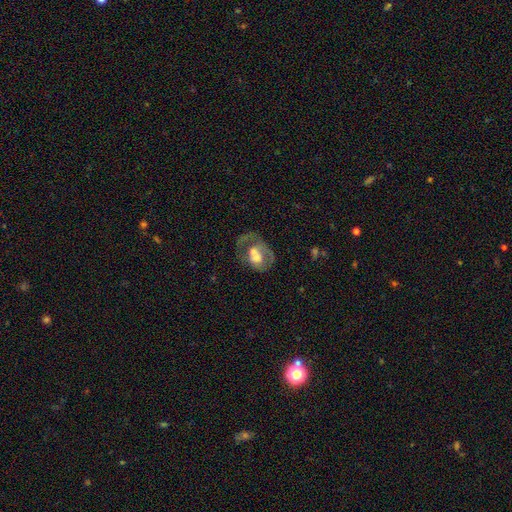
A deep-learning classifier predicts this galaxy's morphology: Smooth or featured? Predicted: featured or disk (p=0.52). Edge-on disk? Predicted: no (p=0.96). Bar? Predicted: no (p=0.81). Spiral arms? Predicted: no (p=0.67). Bulge size? Predicted: moderate (p=0.41). Merging? Predicted: merger (p=0.34).